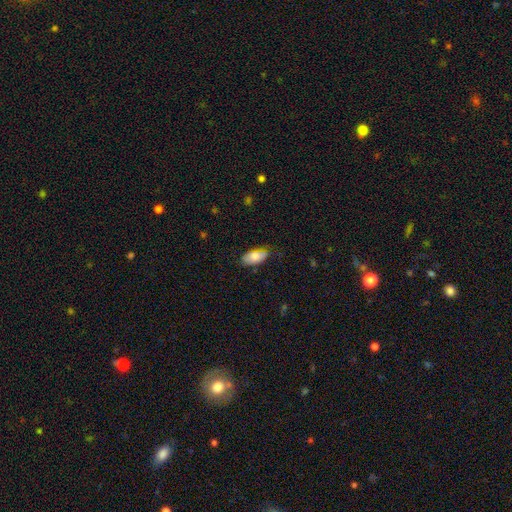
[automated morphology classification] The model was most divided on "merging": none: 72%, minor disturbance: 22%, major disturbance: 4%, merger: 1%. More confident: how rounded — in between (92%); smooth or featured — smooth (80%).